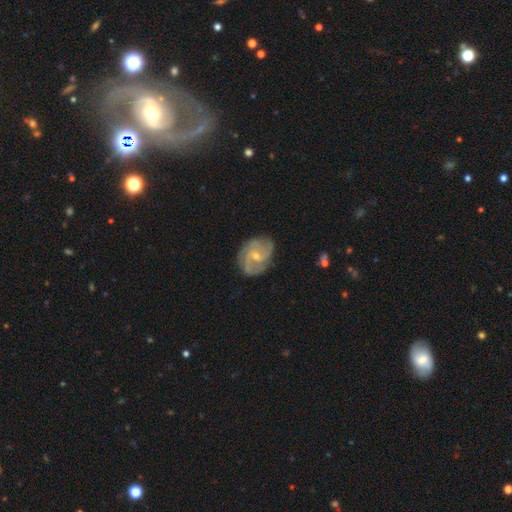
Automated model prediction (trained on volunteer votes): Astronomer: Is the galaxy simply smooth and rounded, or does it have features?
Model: featured or disk — 86%.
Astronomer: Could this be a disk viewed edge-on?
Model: no — 98%.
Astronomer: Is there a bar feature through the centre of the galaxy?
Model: weak — 49% (runner-up: no, 41%).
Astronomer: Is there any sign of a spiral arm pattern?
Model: yes — 96%.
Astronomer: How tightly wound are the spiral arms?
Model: medium — 50% (runner-up: tight, 33%).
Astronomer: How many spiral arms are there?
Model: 2 — 38% (runner-up: 3, 32%).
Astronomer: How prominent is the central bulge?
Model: small — 57% (runner-up: moderate, 39%).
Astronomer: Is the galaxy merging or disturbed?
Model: none — 73%.